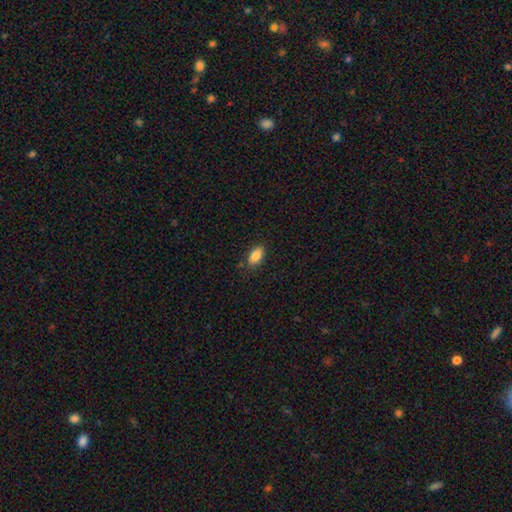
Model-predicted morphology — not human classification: The model was most divided on "merging": none: 85%, minor disturbance: 11%, major disturbance: 3%, merger: 1%. More confident: how rounded — in between (91%); smooth or featured — smooth (87%).